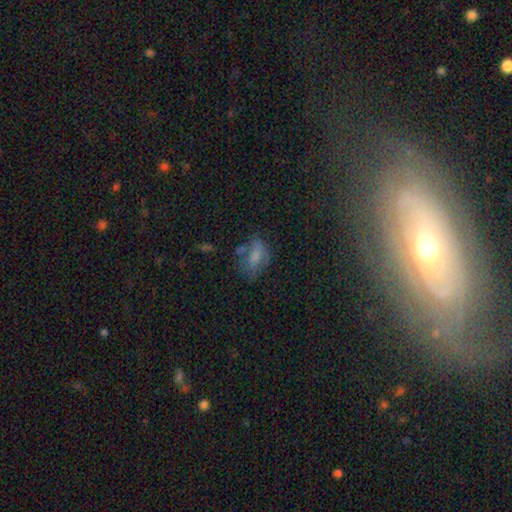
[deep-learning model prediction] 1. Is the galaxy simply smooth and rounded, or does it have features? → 62% smooth, 21% featured or disk, 17% star or artifact.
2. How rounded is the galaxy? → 83% in between, 13% round, 4% cigar-shaped.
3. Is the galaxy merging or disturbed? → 46% none, 25% minor disturbance, 16% major disturbance, 12% merger.